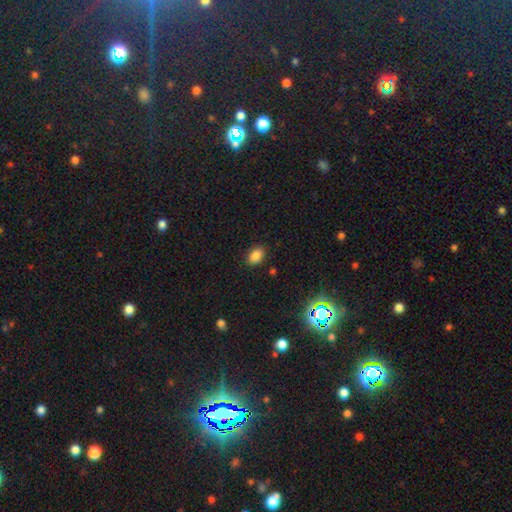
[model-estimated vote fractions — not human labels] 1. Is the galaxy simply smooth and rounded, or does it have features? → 84% smooth, 11% star or artifact, 5% featured or disk.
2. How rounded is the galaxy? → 83% in between, 16% round, 1% cigar-shaped.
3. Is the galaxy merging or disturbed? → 86% none, 10% minor disturbance, 3% major disturbance, 1% merger.